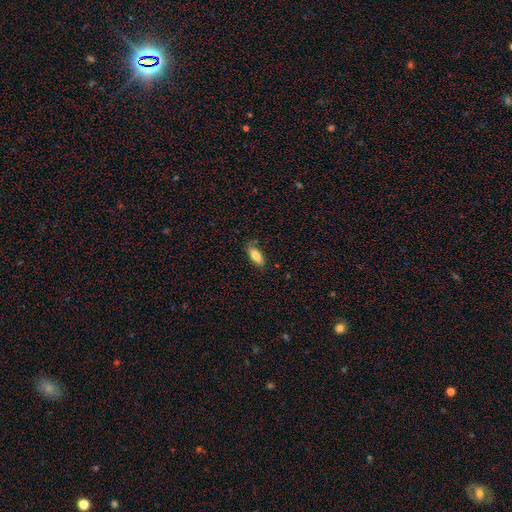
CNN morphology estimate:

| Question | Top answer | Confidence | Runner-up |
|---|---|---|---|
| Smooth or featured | smooth | 80% | featured or disk (13%) |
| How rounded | in between | 78% | cigar-shaped (19%) |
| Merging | none | 82% | minor disturbance (14%) |